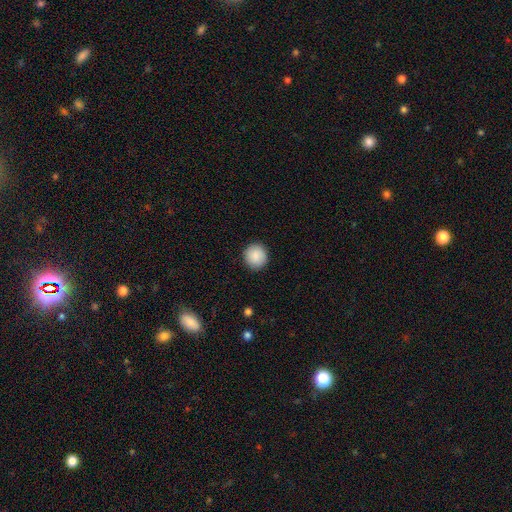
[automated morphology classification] smooth_or_featured: smooth (p=0.89) [alt: star or artifact p=0.07]
how_rounded: round (p=0.92) [alt: in between p=0.07]
merging: none (p=0.91) [alt: minor disturbance p=0.06]